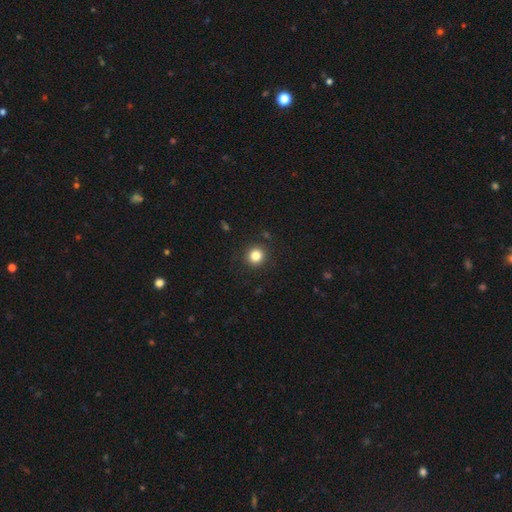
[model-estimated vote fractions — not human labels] Smooth or featured? Predicted: smooth (p=0.83). How rounded? Predicted: round (p=0.90). Merging? Predicted: none (p=0.91).